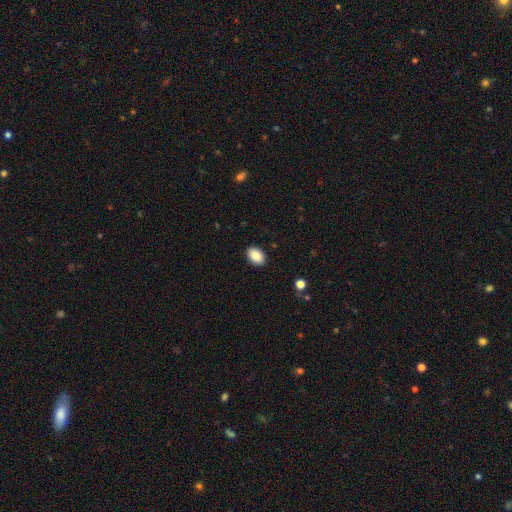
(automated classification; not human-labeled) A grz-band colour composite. It shows a smooth galaxy with no disk features (89%) that is in between round and cigar-shaped (82%). Merging: none (89%).